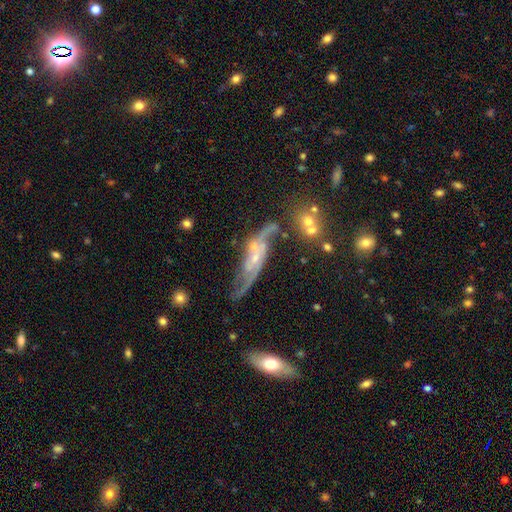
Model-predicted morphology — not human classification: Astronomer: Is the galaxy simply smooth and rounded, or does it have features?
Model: featured or disk — 78%.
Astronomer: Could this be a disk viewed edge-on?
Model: no — 82%.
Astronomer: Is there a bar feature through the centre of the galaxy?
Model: no — 55% (runner-up: weak, 32%).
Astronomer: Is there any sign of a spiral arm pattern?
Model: yes — 86%.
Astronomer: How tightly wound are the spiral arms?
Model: loose — 54% (runner-up: medium, 31%).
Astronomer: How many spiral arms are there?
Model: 2 — 76%.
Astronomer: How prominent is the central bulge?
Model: small — 69%.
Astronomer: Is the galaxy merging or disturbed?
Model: none — 39% (runner-up: minor disturbance, 22%).